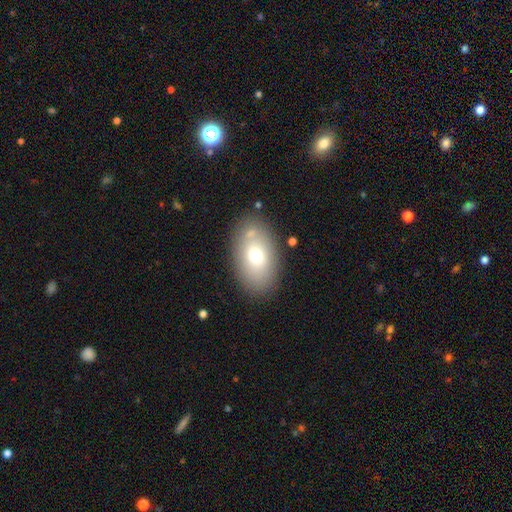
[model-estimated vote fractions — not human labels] A smooth galaxy with no disk features (70%) that is in between round and cigar-shaped (90%).

Vote fractions:
- Smooth or featured? smooth: 70% / featured or disk: 21% / star or artifact: 9%
- How rounded? in between: 90% / round: 9% / cigar-shaped: 1%
- Merging? none: 79% / minor disturbance: 12% / merger: 6% / major disturbance: 4%